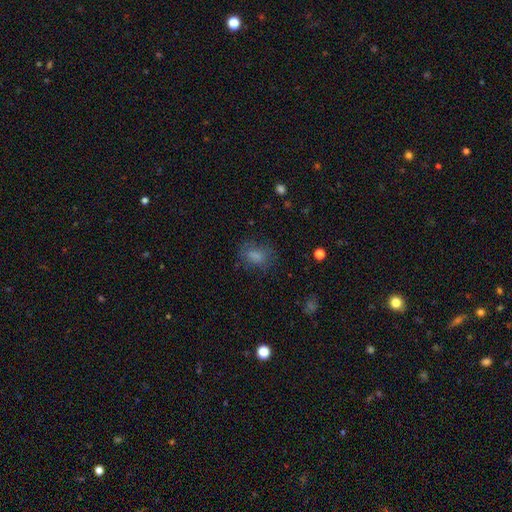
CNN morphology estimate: smooth 77%, star or artifact 12%, featured or disk 11%. Down the decision tree: how rounded — in between (70%); merging — none (67%).